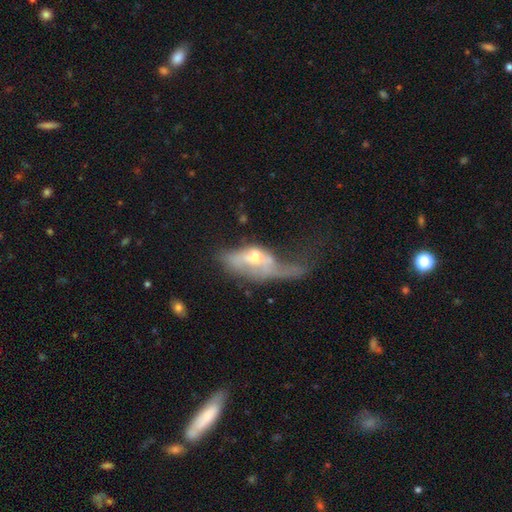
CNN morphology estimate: This appears to be a featured or disk galaxy (51%). Merging: major disturbance (57%).